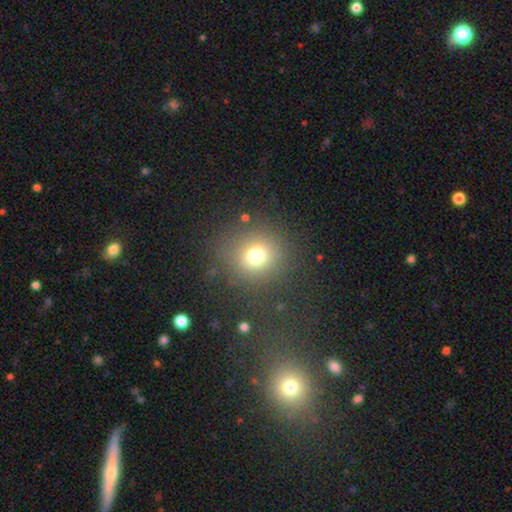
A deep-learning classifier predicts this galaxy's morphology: smooth 72%, star or artifact 18%, featured or disk 9%. Down the decision tree: how rounded — round (90%); merging — none (83%).